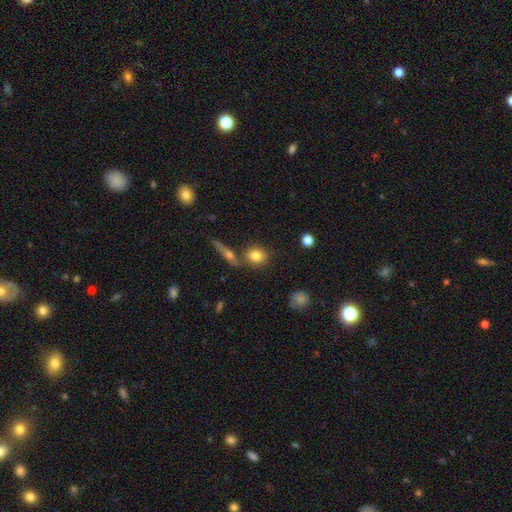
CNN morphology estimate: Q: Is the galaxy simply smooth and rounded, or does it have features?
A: smooth — 80%.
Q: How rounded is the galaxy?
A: round — 62%.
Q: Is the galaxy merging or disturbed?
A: none — 66%.